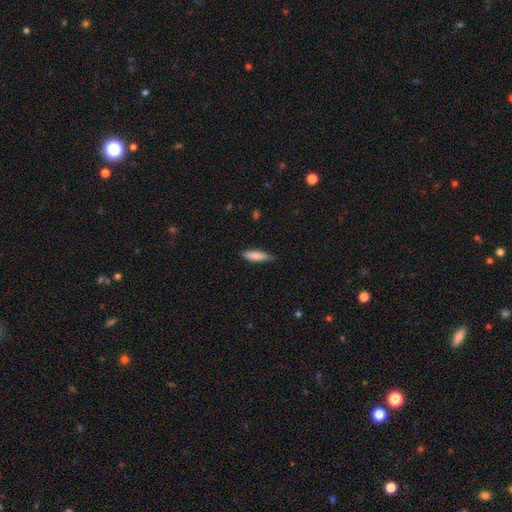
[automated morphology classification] smooth 82%, featured or disk 12%, star or artifact 6%. Down the decision tree: how rounded — cigar-shaped (68%); merging — none (77%).